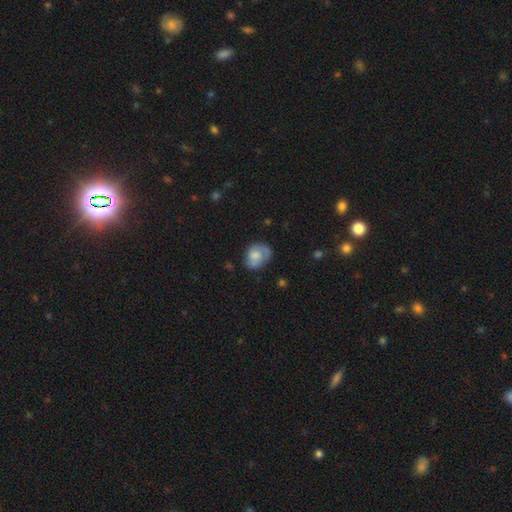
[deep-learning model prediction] Morphology: type=smooth (59%); roundness=in between (56%); merging=none (57%).